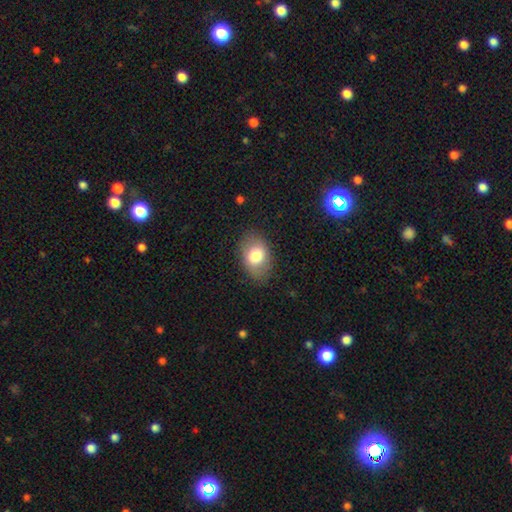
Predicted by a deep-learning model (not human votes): This appears to be a smooth galaxy with no disk features (76%) that is in between round and cigar-shaped (79%). Merging: none (80%).